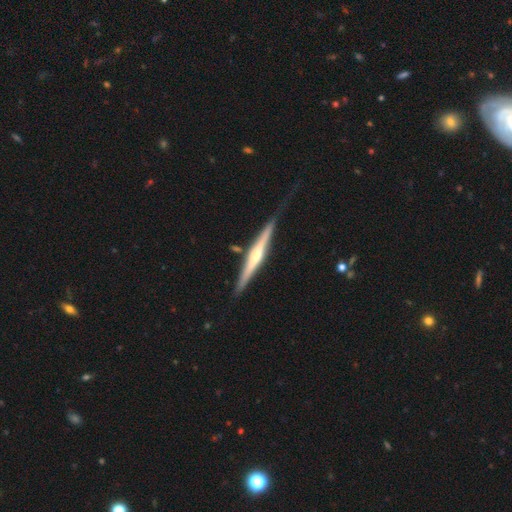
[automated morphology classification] smooth-or-featured: featured or disk: 72% | smooth: 22% | star or artifact: 5%
  disk-edge-on: yes: 97% | no: 3%
    edge-on-bulge: rounded: 71% | none: 19% | boxy: 10%
  merging: none: 72% | minor disturbance: 20% | major disturbance: 4% | merger: 3%